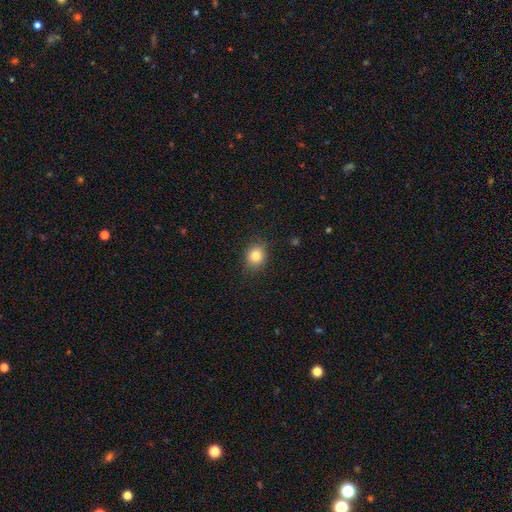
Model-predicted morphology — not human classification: smooth 82%, star or artifact 11%, featured or disk 7%. Down the decision tree: how rounded — round (69%); merging — none (86%).